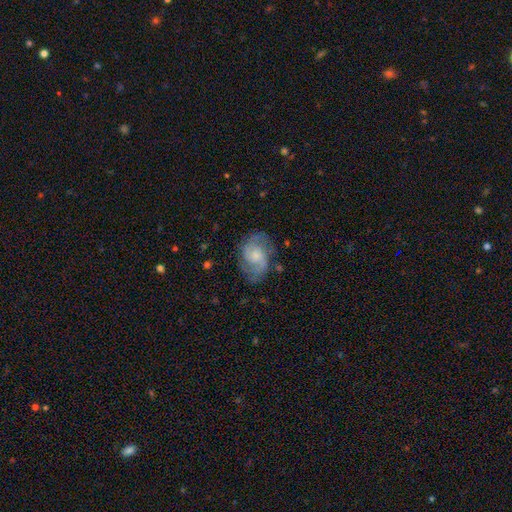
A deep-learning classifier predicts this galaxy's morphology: smooth_or_featured: featured or disk (p=0.69) [alt: smooth p=0.24]
disk_edge_on: no (p=0.97) [alt: yes p=0.03]
bar: no (p=0.64) [alt: weak p=0.32]
has_spiral_arms: yes (p=0.90) [alt: no p=0.10]
spiral_winding: medium (p=0.49) [alt: tight p=0.27]
spiral_arm_count: 2 (p=0.77) [alt: can't tell p=0.12]
bulge_size: small (p=0.43) [alt: moderate p=0.37]
merging: none (p=0.66) [alt: minor disturbance p=0.21]